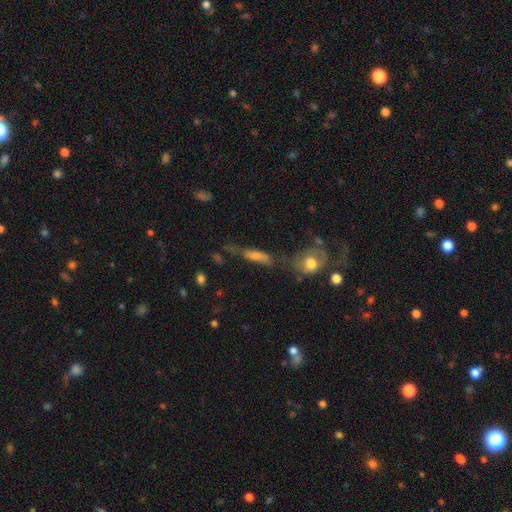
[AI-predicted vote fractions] Smooth or featured: smooth — 50% (featured or disk — 36%)
How rounded: cigar-shaped — 55% (in between — 40%)
Merging: none — 40% (minor disturbance — 22%)